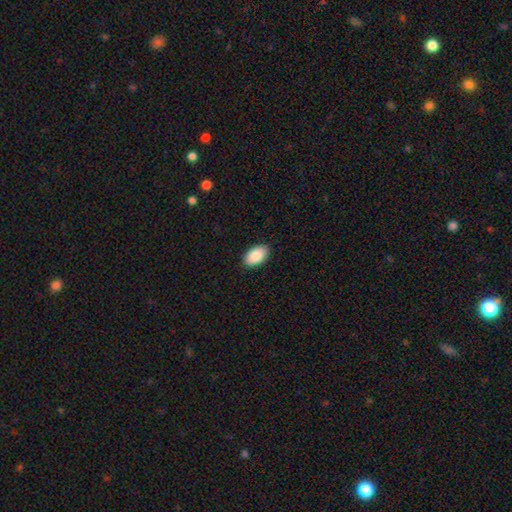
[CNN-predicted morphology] Smooth or featured: smooth — 89% (star or artifact — 6%)
How rounded: in between — 94% (round — 4%)
Merging: none — 89% (minor disturbance — 8%)